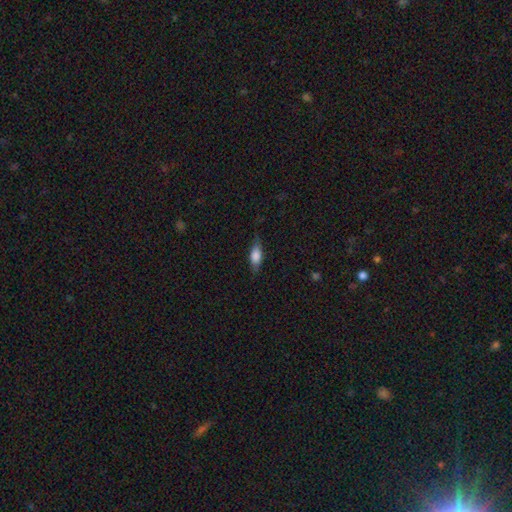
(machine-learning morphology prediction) type=smooth (73%); roundness=in between (72%); merging=none (74%).